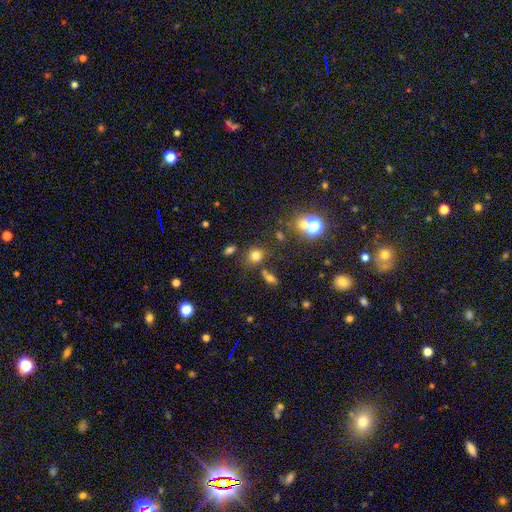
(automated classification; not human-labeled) A smooth galaxy with no disk features (73%) that is round (77%). Merging: none (71%).